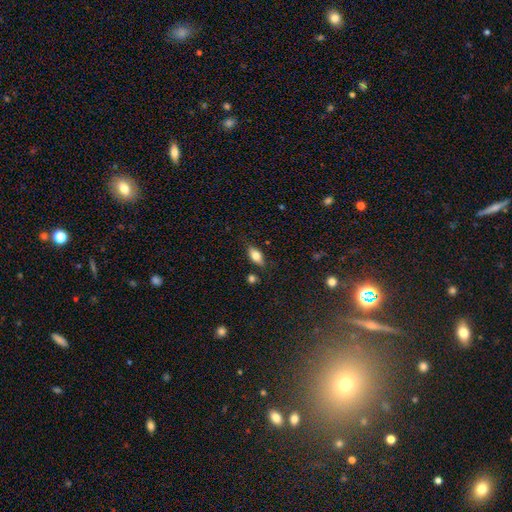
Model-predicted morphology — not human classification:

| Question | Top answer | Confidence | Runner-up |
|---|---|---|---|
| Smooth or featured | smooth | 72% | featured or disk (20%) |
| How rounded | in between | 84% | cigar-shaped (12%) |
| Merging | none | 80% | minor disturbance (14%) |